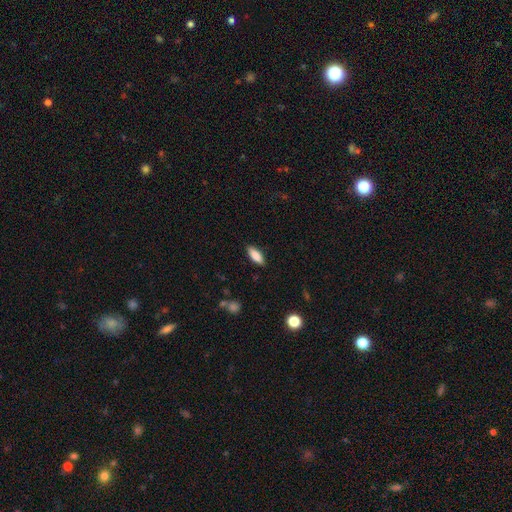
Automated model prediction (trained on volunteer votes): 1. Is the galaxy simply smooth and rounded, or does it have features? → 84% smooth, 9% featured or disk, 6% star or artifact.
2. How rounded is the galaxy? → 67% in between, 31% cigar-shaped, 2% round.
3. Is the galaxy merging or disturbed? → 87% none, 10% minor disturbance, 2% major disturbance, 1% merger.